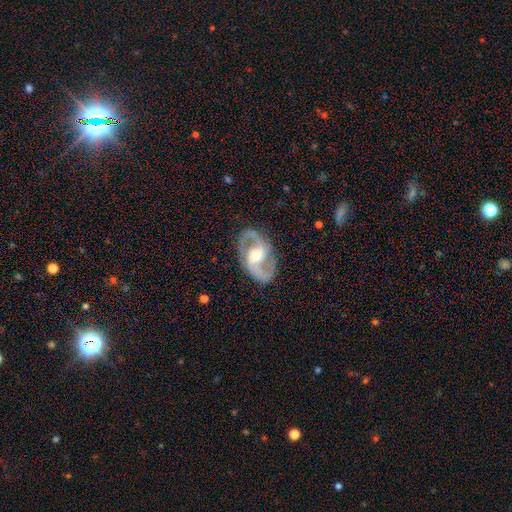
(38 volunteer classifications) smooth-or-featured: featured or disk: 95% | smooth: 3% | star or artifact: 3%
  disk-edge-on: no: 100% | yes: 0%
    bar: weak: 44% | strong: 28% | no: 28%
    has-spiral-arms: yes: 97% | no: 3%
      spiral-winding: medium: 74% | tight: 20% | loose: 6%
      spiral-arm-count: 2: 94% | 3: 3% | can't tell: 3% | 1: 0% | 4: 0% | more than 4: 0%
    bulge-size: moderate: 67% | small: 25% | large: 6% | dominant: 3% | none: 0%
  merging: none: 89% | major disturbance: 8% | minor disturbance: 3% | merger: 0%